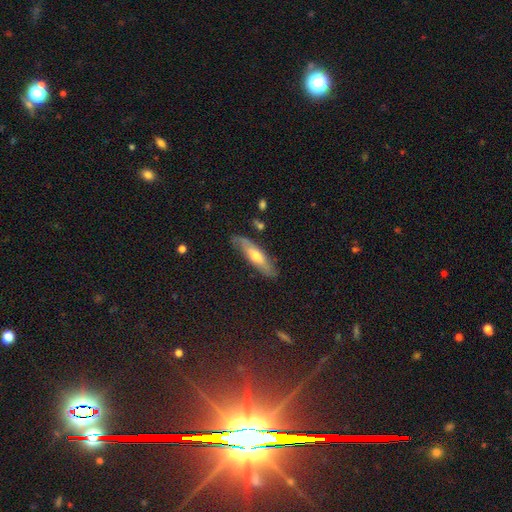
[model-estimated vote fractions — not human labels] smooth-or-featured: featured or disk: 49% | smooth: 44% | star or artifact: 7%
  merging: none: 79% | minor disturbance: 15% | major disturbance: 3% | merger: 2%